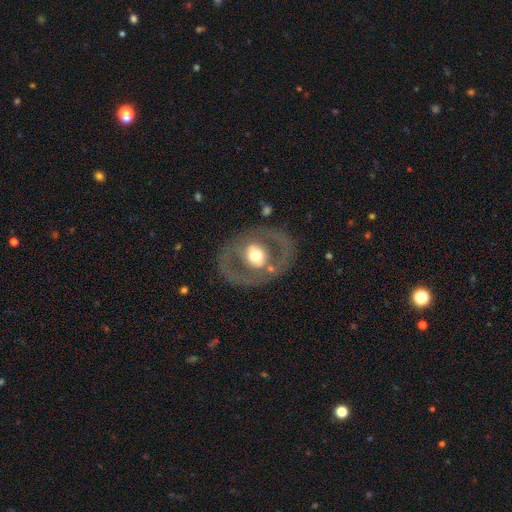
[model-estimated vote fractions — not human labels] Overall: featured or disk (61%; smooth 33%). Edge-on disk: no (93%). Bar: no (59%; weak 24%). Spiral arms: no (82%). Bulge size: moderate (60%; large 30%). Merging: none (76%).